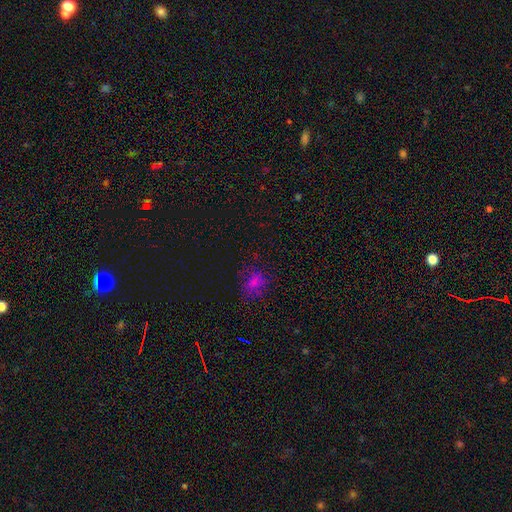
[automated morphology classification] A smooth galaxy with no disk features (60%) that is in between round and cigar-shaped (51%). Merging: none (65%).